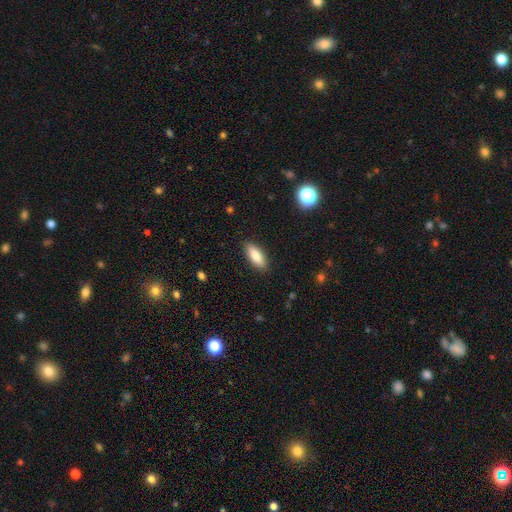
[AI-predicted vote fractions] This appears to be a smooth galaxy with no disk features (84%) that is in between round and cigar-shaped (78%). Merging: none (88%).